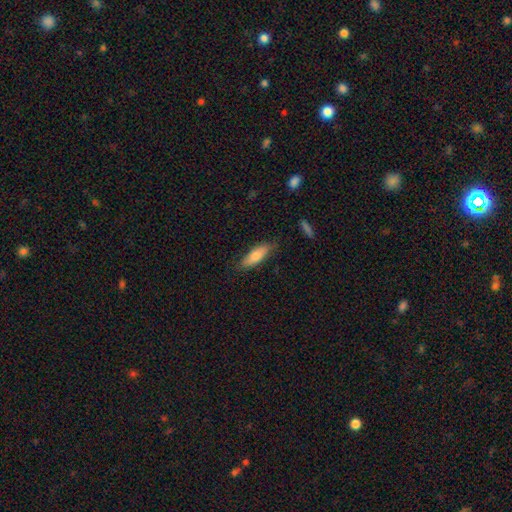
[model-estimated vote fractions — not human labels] This is likely a smooth galaxy (74%). How rounded: possibly in between (58%). Merging: likely none (79%).